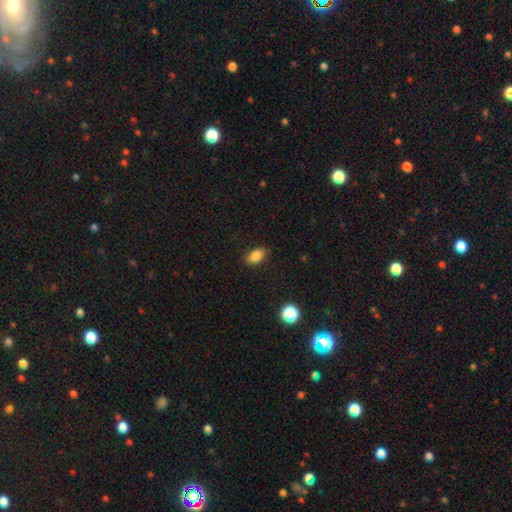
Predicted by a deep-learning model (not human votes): A smooth galaxy with no disk features (85%) that is in between round and cigar-shaped (87%).

Vote fractions:
- Smooth or featured? smooth: 85% / star or artifact: 9% / featured or disk: 6%
- How rounded? in between: 87% / round: 10% / cigar-shaped: 2%
- Merging? none: 87% / minor disturbance: 9% / major disturbance: 3% / merger: 1%